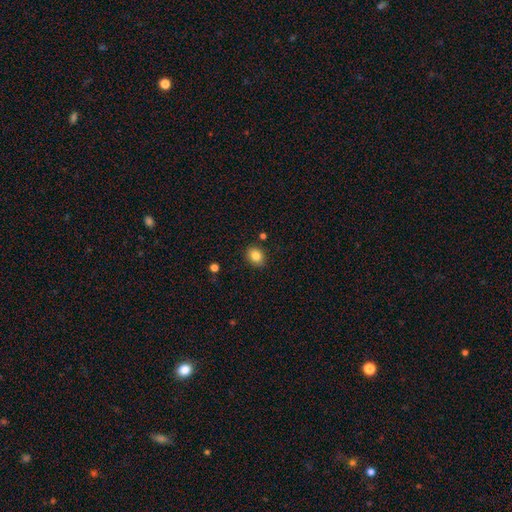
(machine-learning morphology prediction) Smooth or featured? Predicted: smooth (p=0.85). How rounded? Predicted: in between (p=0.52). Merging? Predicted: none (p=0.86).